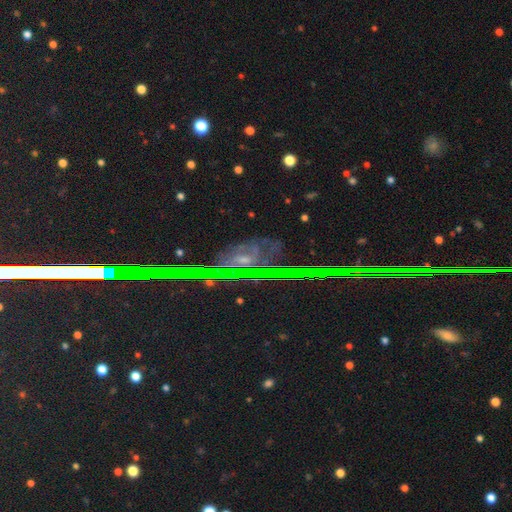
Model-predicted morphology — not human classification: A star or artifact, not a galaxy (69%).

Vote fractions:
- Smooth or featured? star or artifact: 69% / featured or disk: 18% / smooth: 12%